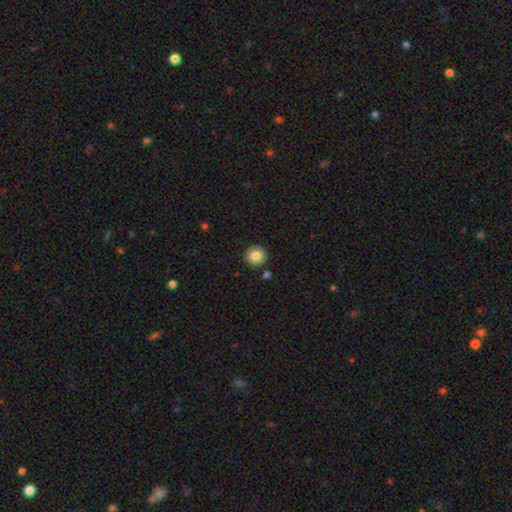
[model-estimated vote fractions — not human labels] The model was most divided on "smooth or featured": smooth: 83%, star or artifact: 9%, featured or disk: 8%. More confident: how rounded — round (94%); merging — none (89%).